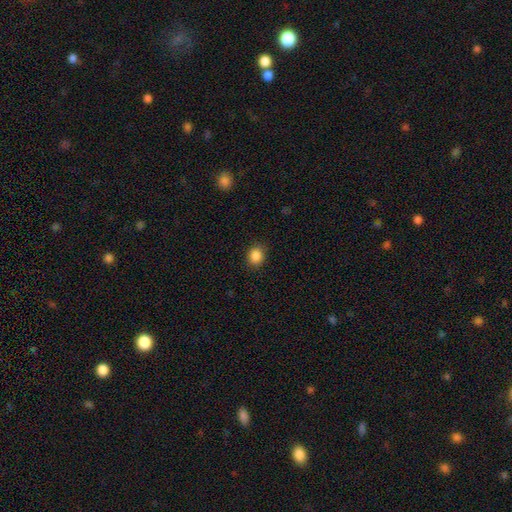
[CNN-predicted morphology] type=smooth (87%); roundness=round (67%); merging=none (87%).